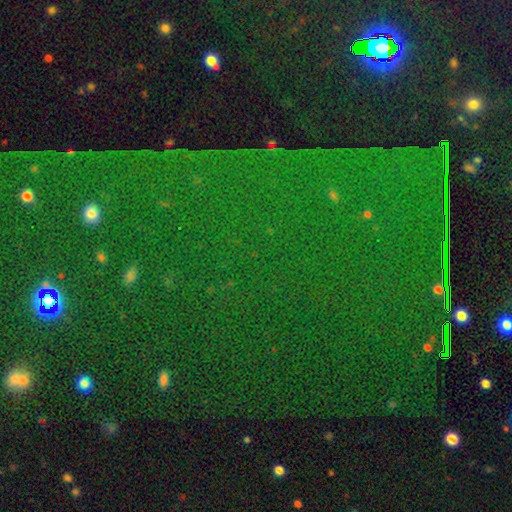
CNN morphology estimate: Smooth or featured? star or artifact (84%)